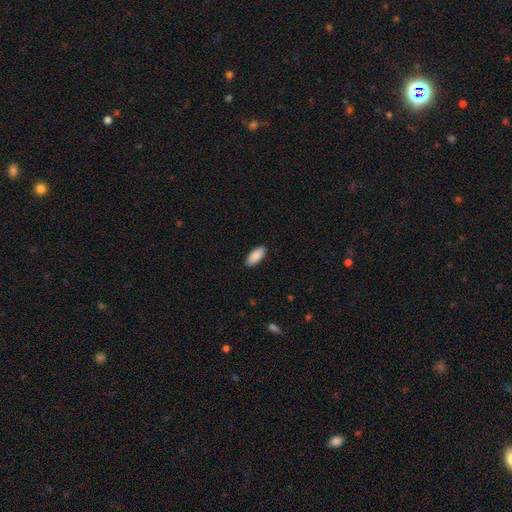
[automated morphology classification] This is clearly a smooth galaxy (91%). How rounded: clearly in between (88%). Merging: clearly none (90%).